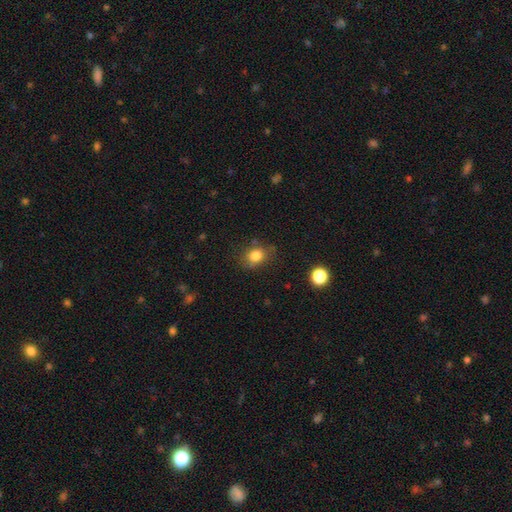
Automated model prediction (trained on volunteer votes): Q: Smooth or featured?
A: smooth (82%); runner-up: star or artifact (11%)
Q: How rounded?
A: round (53%); runner-up: in between (45%)
Q: Merging?
A: none (75%); runner-up: minor disturbance (18%)